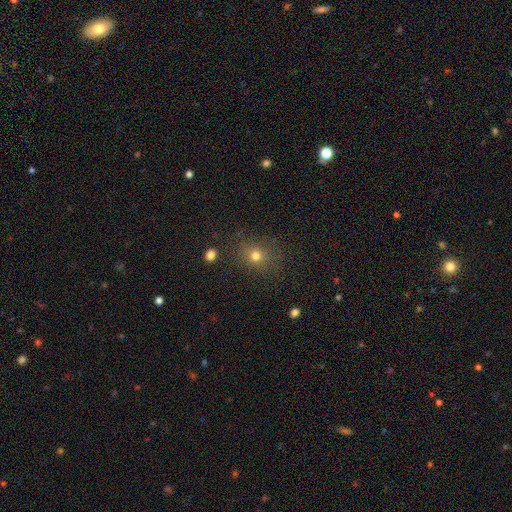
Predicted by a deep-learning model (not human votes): smooth-or-featured: smooth: 75% | star or artifact: 16% | featured or disk: 9%
  how-rounded: round: 70% | in between: 29% | cigar-shaped: 1%
  merging: none: 82% | minor disturbance: 11% | major disturbance: 4% | merger: 2%